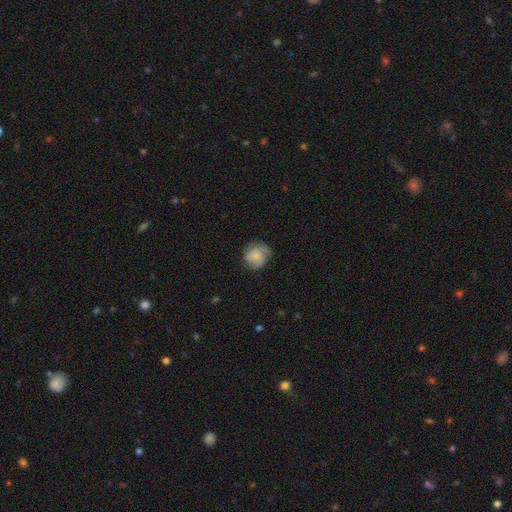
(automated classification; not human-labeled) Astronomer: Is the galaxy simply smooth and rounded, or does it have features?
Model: smooth — 57% (runner-up: featured or disk, 36%).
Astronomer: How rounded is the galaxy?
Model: round — 81%.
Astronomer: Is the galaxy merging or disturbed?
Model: none — 63%.